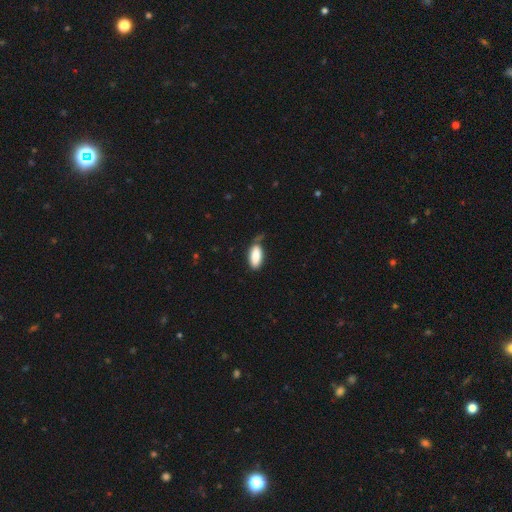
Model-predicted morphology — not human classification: smooth-or-featured: smooth: 87% | featured or disk: 7% | star or artifact: 6%
  how-rounded: in between: 89% | cigar-shaped: 9% | round: 2%
  merging: none: 51% | minor disturbance: 34% | major disturbance: 11% | merger: 3%